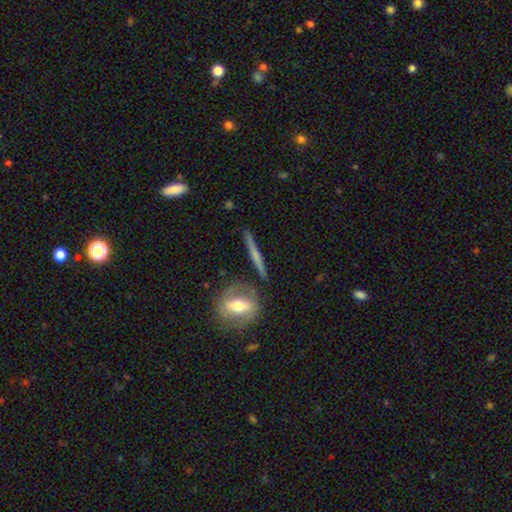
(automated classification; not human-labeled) Smooth or featured?
  - featured or disk: 55% *
  - smooth: 38%
  - star or artifact: 7%
Edge-on disk?
  - yes: 92% *
  - no: 8%
Edge-on bulge?
  - none: 48% *
  - rounded: 42%
  - boxy: 11%
Merging?
  - none: 84% *
  - minor disturbance: 9%
  - merger: 4%
  - major disturbance: 3%